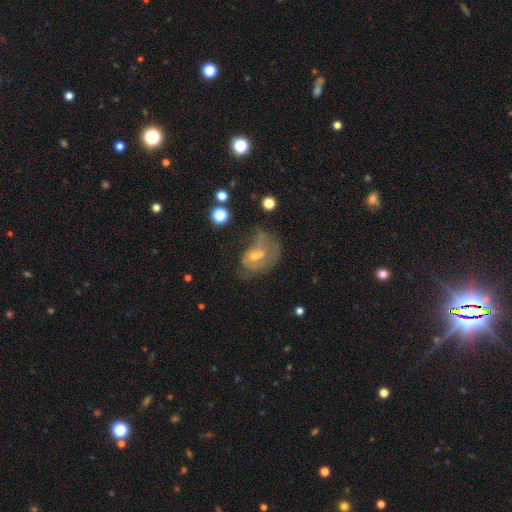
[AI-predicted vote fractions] featured or disk 59%, smooth 27%, star or artifact 14%. Down the decision tree: edge-on disk — no (96%); bar — no (63%); spiral arms — yes (53%); bulge size — small (51%); merging — major disturbance (35%).